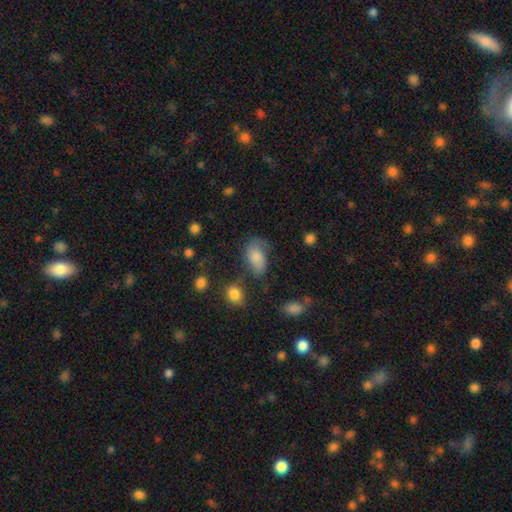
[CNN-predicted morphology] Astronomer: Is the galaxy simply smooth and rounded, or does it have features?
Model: smooth — 70%.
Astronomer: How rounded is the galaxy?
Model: in between — 89%.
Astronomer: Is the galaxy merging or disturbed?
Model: none — 42% (runner-up: minor disturbance, 31%).